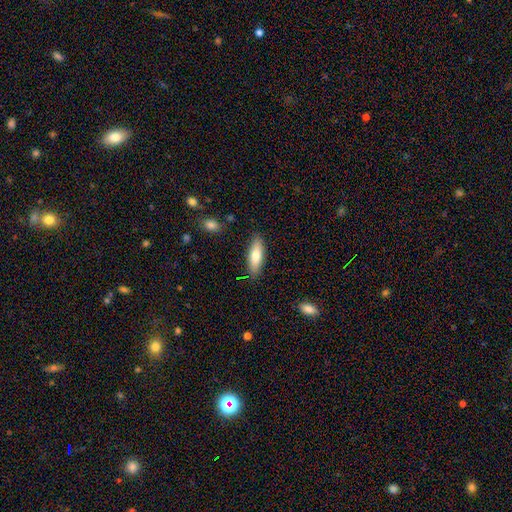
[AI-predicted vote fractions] A smooth galaxy with no disk features (72%) that is in between round and cigar-shaped (49%, tied with cigar-shaped). Merging: none (86%).